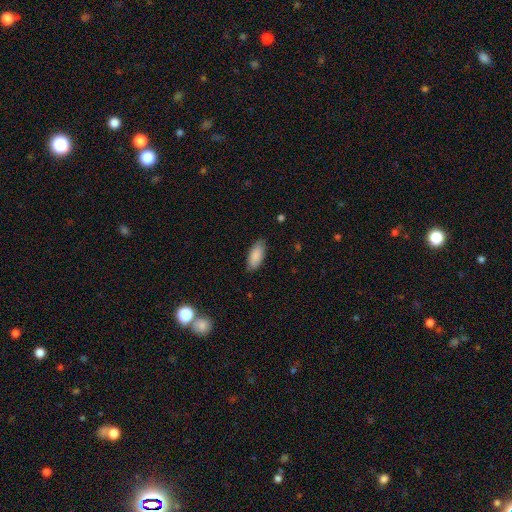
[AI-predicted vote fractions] smooth 87%, featured or disk 7%, star or artifact 6%. Down the decision tree: how rounded — in between (87%); merging — none (83%).